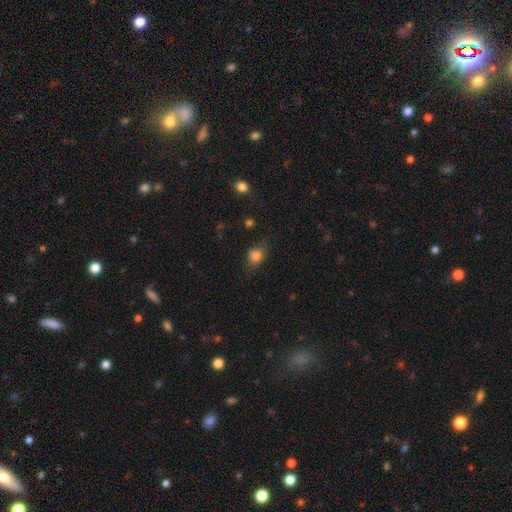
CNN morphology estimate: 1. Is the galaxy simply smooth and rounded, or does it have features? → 81% smooth, 12% star or artifact, 7% featured or disk.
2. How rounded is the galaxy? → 53% in between, 45% round, 2% cigar-shaped.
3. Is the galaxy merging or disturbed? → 66% none, 24% minor disturbance, 8% major disturbance, 2% merger.